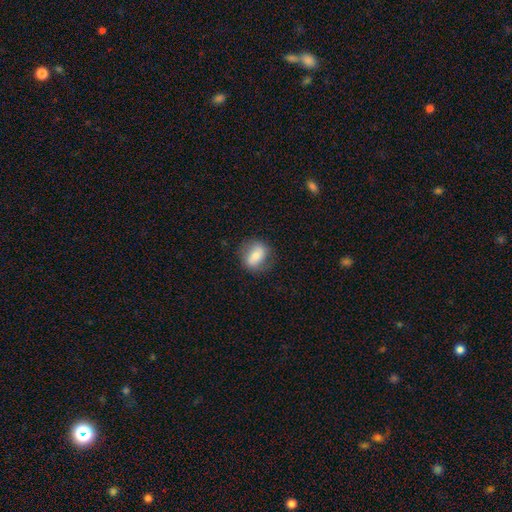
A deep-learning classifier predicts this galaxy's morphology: smooth-or-featured: smooth: 67% | featured or disk: 26% | star or artifact: 7%
  how-rounded: in between: 61% | round: 36% | cigar-shaped: 3%
  merging: none: 76% | minor disturbance: 17% | major disturbance: 6% | merger: 1%